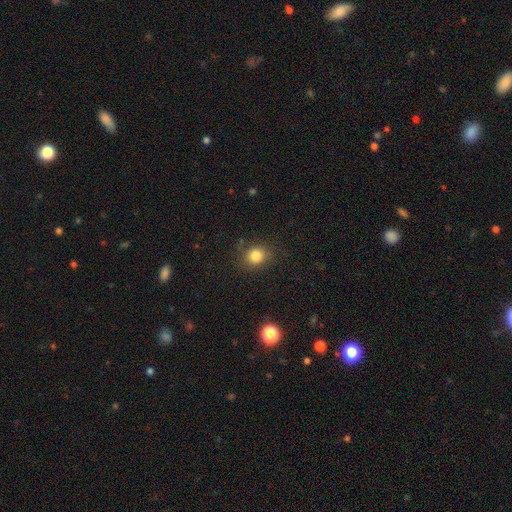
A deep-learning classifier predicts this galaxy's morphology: This appears to be a smooth galaxy with no disk features (81%) that is round (73%). Merging: none (81%).